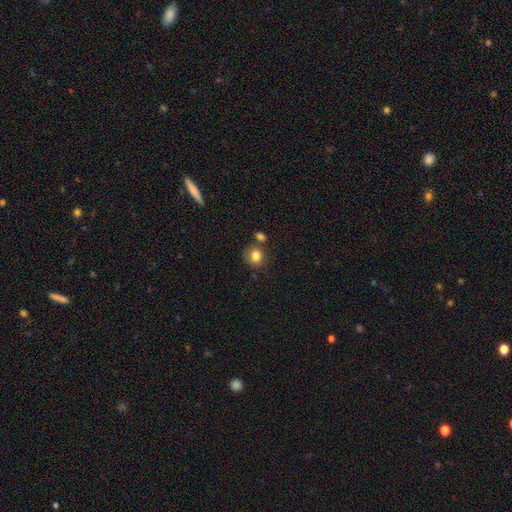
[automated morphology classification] Q: Smooth or featured?
A: smooth (83%); runner-up: star or artifact (10%)
Q: How rounded?
A: round (69%); runner-up: in between (30%)
Q: Merging?
A: none (63%); runner-up: merger (17%)